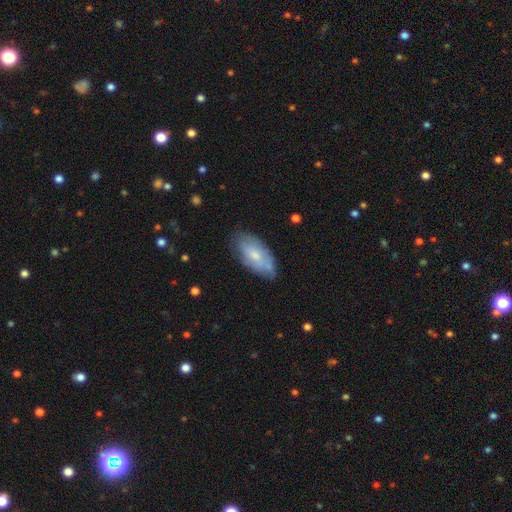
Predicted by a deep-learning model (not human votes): Smooth or featured?
  - smooth: 63% *
  - featured or disk: 30%
  - star or artifact: 6%
How rounded?
  - in between: 92% *
  - cigar-shaped: 6%
  - round: 2%
Merging?
  - none: 70% *
  - minor disturbance: 23%
  - major disturbance: 5%
  - merger: 3%